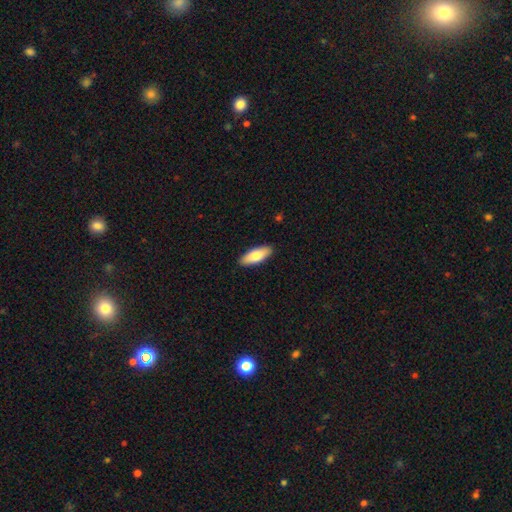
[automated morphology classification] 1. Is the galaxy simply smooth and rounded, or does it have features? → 79% smooth, 16% featured or disk, 5% star or artifact.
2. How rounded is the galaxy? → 72% in between, 26% cigar-shaped, 2% round.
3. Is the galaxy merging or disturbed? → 90% none, 7% minor disturbance, 2% major disturbance, 1% merger.